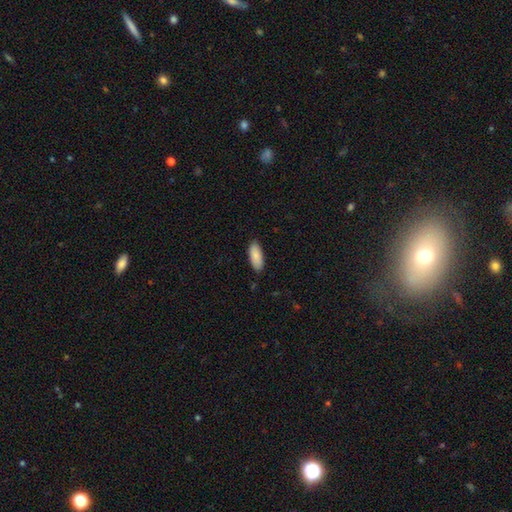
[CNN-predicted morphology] This appears to be a smooth galaxy with no disk features (88%) that is in between round and cigar-shaped (81%). Merging: none (88%).